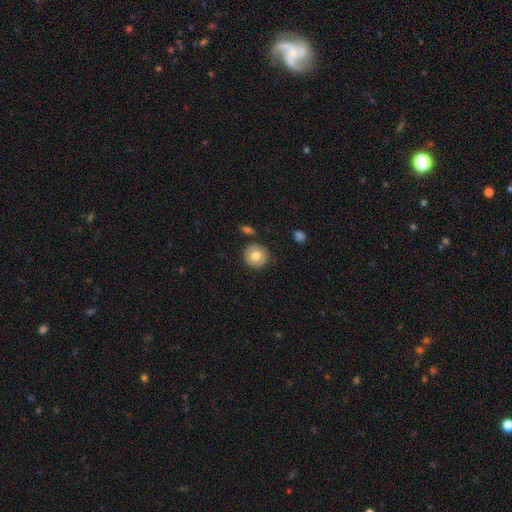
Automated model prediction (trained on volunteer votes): A smooth galaxy with no disk features (76%) that is round (93%).

Vote fractions:
- Smooth or featured? smooth: 76% / featured or disk: 16% / star or artifact: 8%
- How rounded? round: 93% / in between: 6% / cigar-shaped: 1%
- Merging? none: 86% / minor disturbance: 8% / merger: 3% / major disturbance: 2%